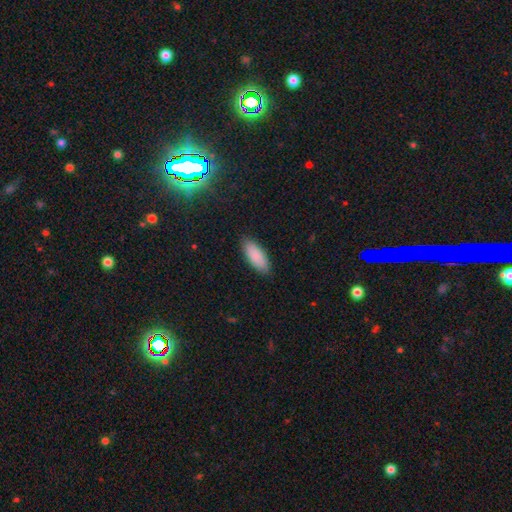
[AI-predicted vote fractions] A smooth galaxy with no disk features (88%) that is in between round and cigar-shaped (78%). Merging: none (87%).